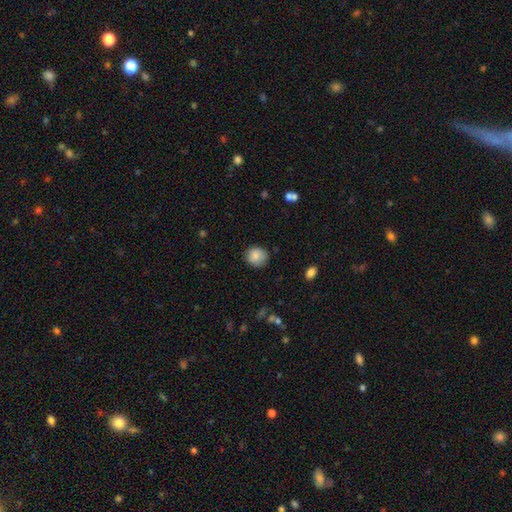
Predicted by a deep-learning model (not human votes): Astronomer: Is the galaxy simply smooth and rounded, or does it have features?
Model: smooth — 85%.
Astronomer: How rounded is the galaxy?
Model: round — 82%.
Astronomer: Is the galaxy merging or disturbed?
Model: none — 82%.